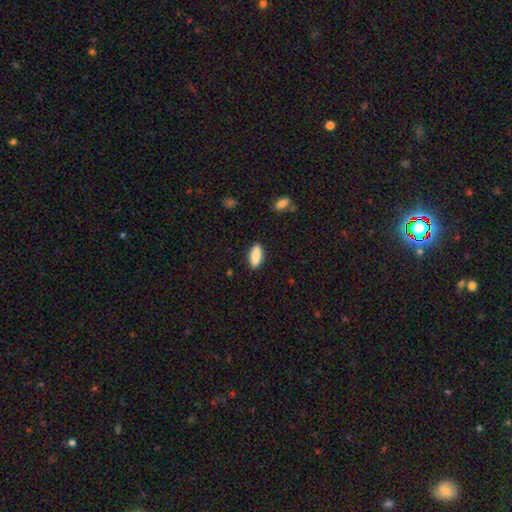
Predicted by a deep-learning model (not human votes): A smooth galaxy with no disk features (86%) that is in between round and cigar-shaped (70%).

Vote fractions:
- Smooth or featured? smooth: 86% / featured or disk: 8% / star or artifact: 6%
- How rounded? in between: 70% / cigar-shaped: 28% / round: 2%
- Merging? none: 87% / minor disturbance: 9% / major disturbance: 2% / merger: 1%